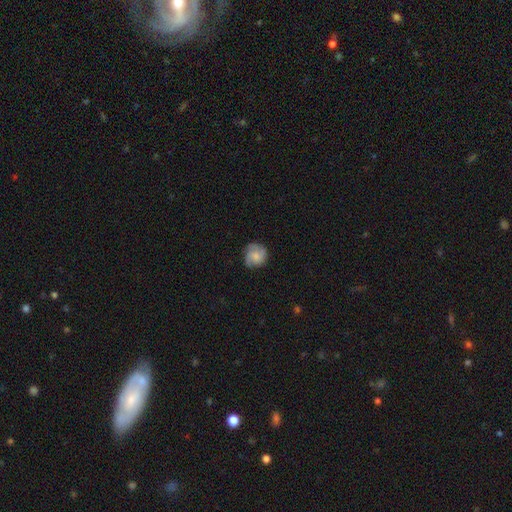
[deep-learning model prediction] Q: Smooth or featured?
A: smooth (50%); runner-up: featured or disk (43%)
Q: Merging?
A: none (70%); runner-up: minor disturbance (22%)